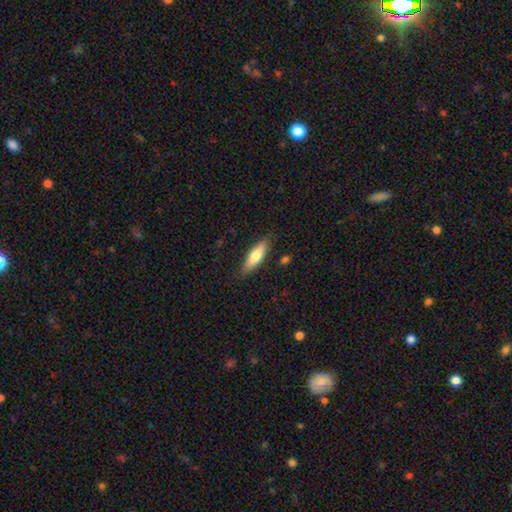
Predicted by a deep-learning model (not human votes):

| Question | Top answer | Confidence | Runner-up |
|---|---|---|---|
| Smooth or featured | smooth | 73% | featured or disk (22%) |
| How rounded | cigar-shaped | 55% | in between (43%) |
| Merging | none | 85% | minor disturbance (11%) |